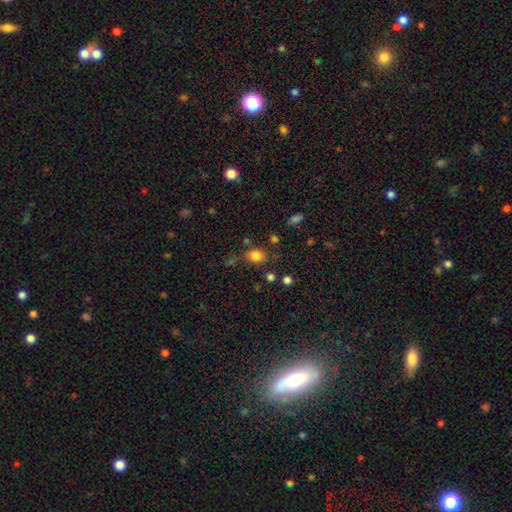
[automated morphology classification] Smooth or featured? Predicted: smooth (p=0.81). How rounded? Predicted: round (p=0.54). Merging? Predicted: none (p=0.70).